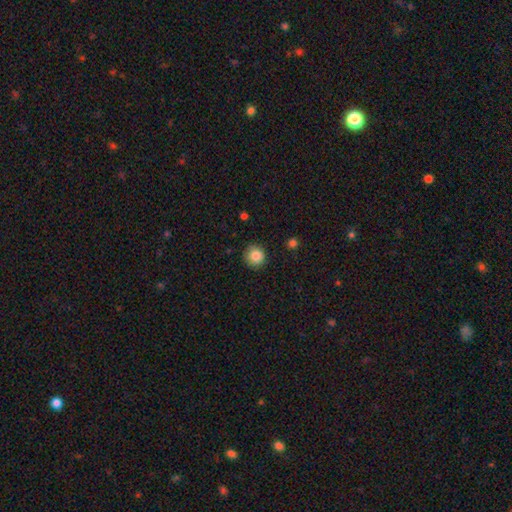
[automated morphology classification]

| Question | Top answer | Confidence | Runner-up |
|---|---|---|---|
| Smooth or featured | smooth | 85% | star or artifact (10%) |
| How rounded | round | 94% | in between (6%) |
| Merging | none | 88% | minor disturbance (9%) |